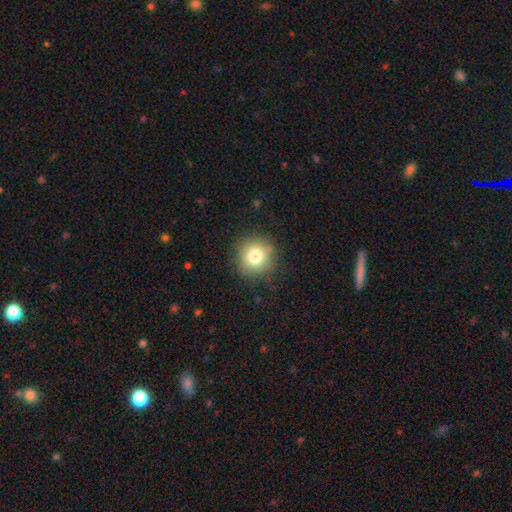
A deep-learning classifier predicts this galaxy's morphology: Q: Smooth or featured?
A: smooth (79%); runner-up: star or artifact (12%)
Q: How rounded?
A: round (93%); runner-up: in between (6%)
Q: Merging?
A: none (89%); runner-up: minor disturbance (8%)